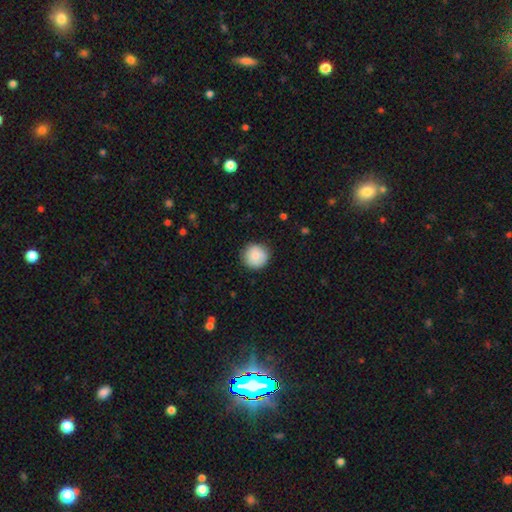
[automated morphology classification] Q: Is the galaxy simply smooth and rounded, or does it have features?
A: smooth — 84%.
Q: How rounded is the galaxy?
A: round — 94%.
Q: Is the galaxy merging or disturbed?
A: none — 86%.